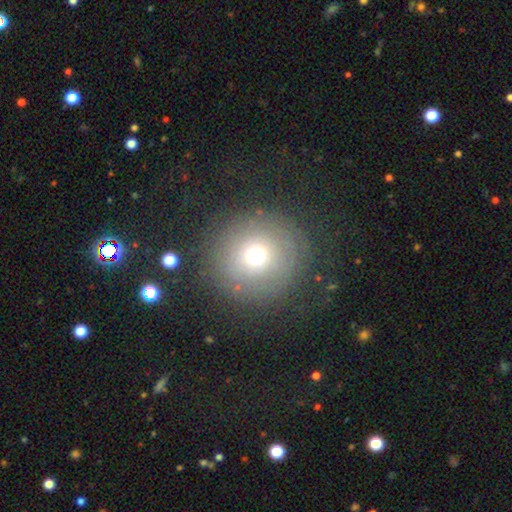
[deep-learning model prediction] Smooth or featured? Predicted: smooth (p=0.65). How rounded? Predicted: round (p=0.94). Merging? Predicted: none (p=0.82).